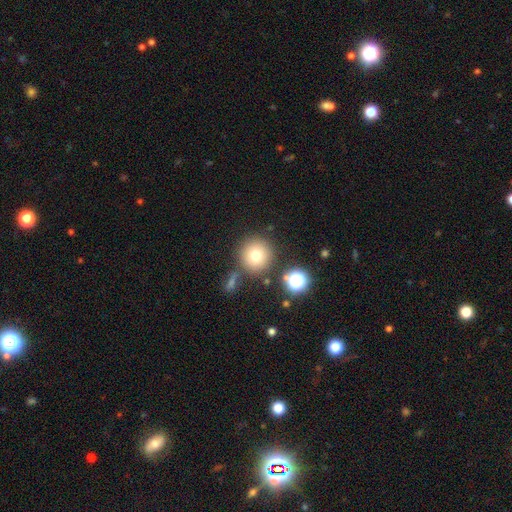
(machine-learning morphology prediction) This appears to be a smooth galaxy with no disk features (75%) that is round (95%). Merging: none (81%).